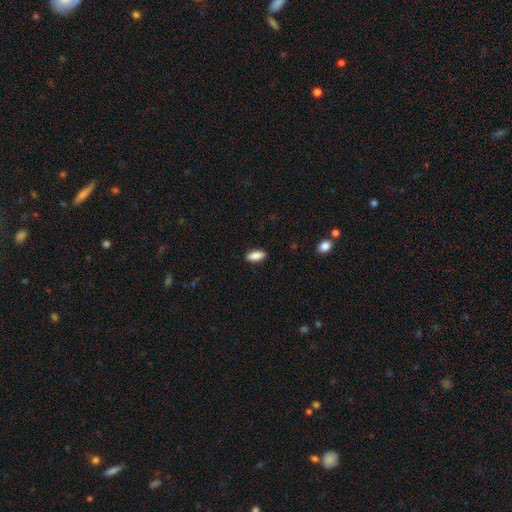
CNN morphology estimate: A smooth galaxy with no disk features (88%) that is in between round and cigar-shaped (78%).

Vote fractions:
- Smooth or featured? smooth: 88% / star or artifact: 7% / featured or disk: 5%
- How rounded? in between: 78% / cigar-shaped: 20% / round: 2%
- Merging? none: 89% / minor disturbance: 8% / major disturbance: 2% / merger: 1%